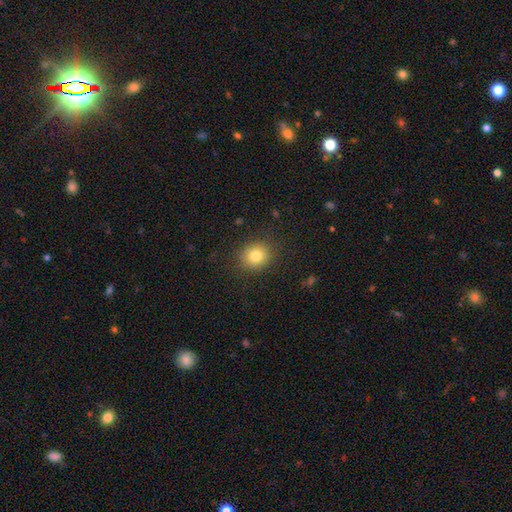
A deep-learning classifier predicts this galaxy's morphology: type=smooth (80%); roundness=round (76%); merging=none (87%).